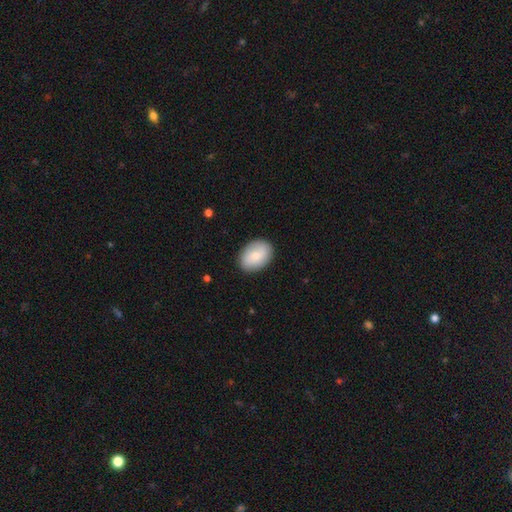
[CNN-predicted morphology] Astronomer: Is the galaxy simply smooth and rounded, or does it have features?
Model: smooth — 77%.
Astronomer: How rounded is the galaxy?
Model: in between — 79%.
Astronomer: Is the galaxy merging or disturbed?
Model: none — 88%.